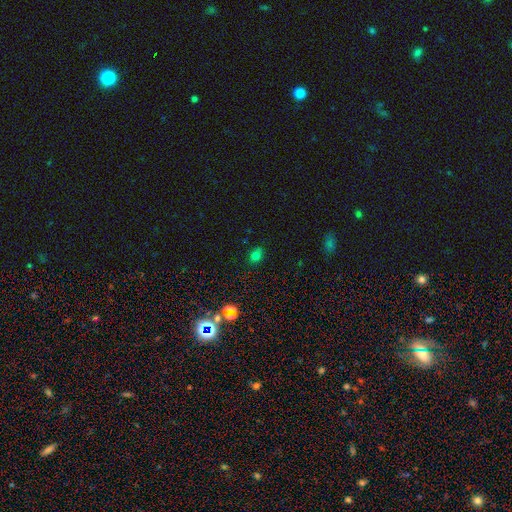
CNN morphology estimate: smooth 72%, star or artifact 22%, featured or disk 7%. Down the decision tree: how rounded — round (51%); merging — none (81%).